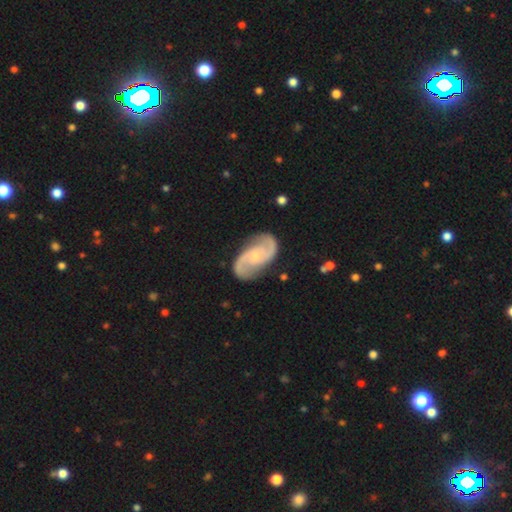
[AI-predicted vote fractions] The model was most divided on "spiral winding": medium: 52%, loose: 27%, tight: 21%. More confident: spiral arms — yes (98%); edge-on disk — no (98%); spiral arm count — 2 (94%); smooth or featured — featured or disk (90%); merging — none (82%); bulge size — small (72%); bar — no (63%).